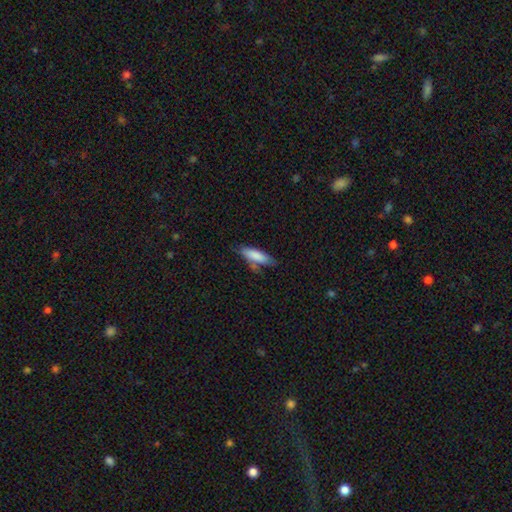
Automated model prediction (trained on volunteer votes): smooth 82%, featured or disk 11%, star or artifact 6%. Down the decision tree: how rounded — cigar-shaped (51%); merging — none (63%).